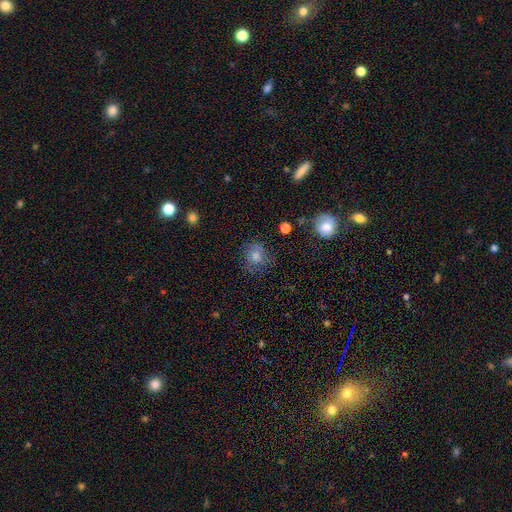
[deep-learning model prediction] Morphology: type=smooth (51%); roundness=round (79%); merging=none (74%).